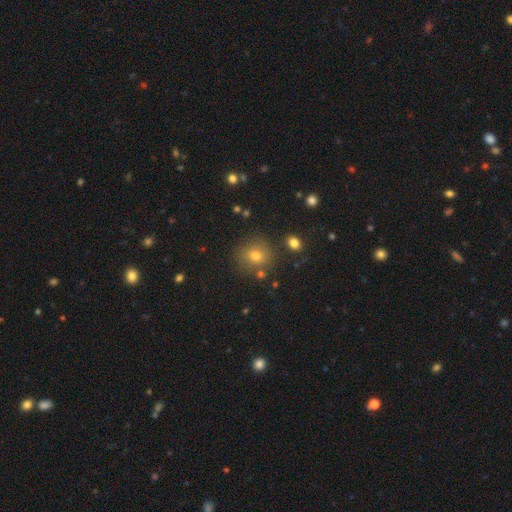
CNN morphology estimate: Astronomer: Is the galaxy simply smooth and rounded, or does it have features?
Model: smooth — 72%.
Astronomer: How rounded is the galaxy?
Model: round — 85%.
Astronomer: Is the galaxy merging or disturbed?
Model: none — 82%.